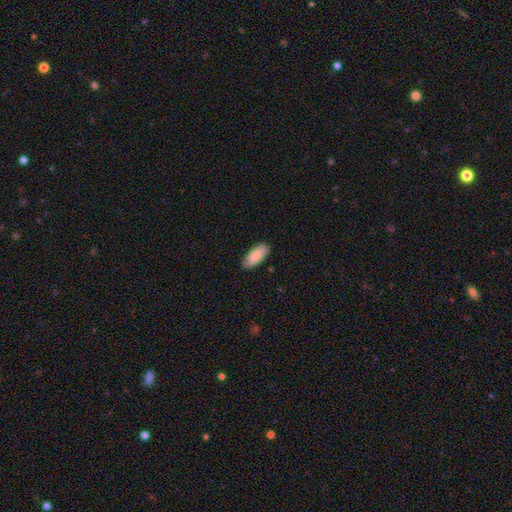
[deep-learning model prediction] smooth_or_featured: smooth (p=0.83) [alt: featured or disk p=0.11]
how_rounded: in between (p=0.87) [alt: cigar-shaped p=0.11]
merging: none (p=0.81) [alt: minor disturbance p=0.15]